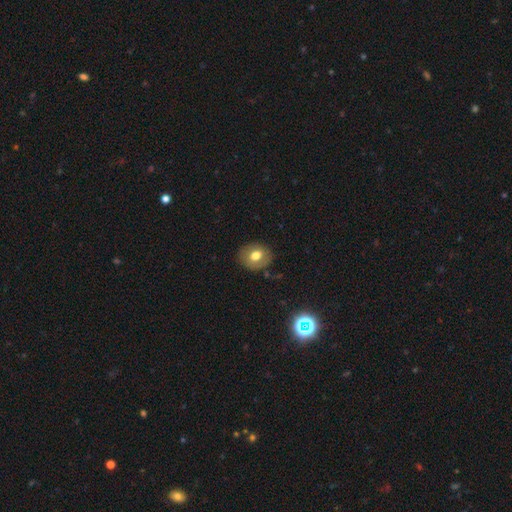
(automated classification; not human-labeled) Smooth or featured: smooth — 67% (featured or disk — 24%)
How rounded: round — 58% (in between — 41%)
Merging: none — 83% (minor disturbance — 12%)